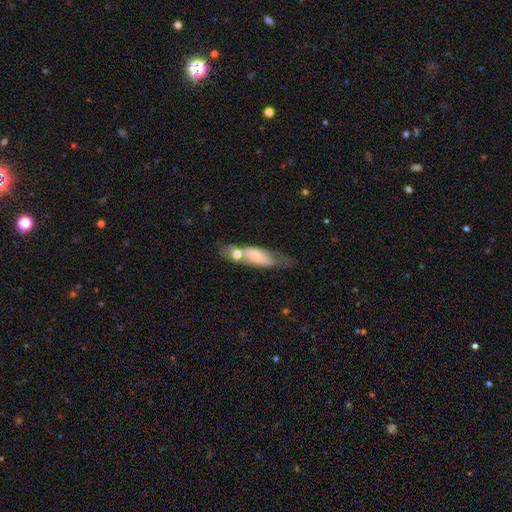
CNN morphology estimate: This appears to be a smooth galaxy with no disk features (53%) that is in between round and cigar-shaped (51%). Merging: merger (40%).